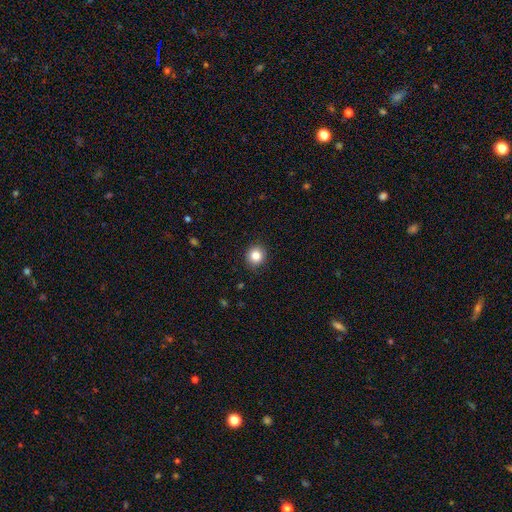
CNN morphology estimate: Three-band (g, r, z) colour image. It shows a smooth galaxy with no disk features (84%) that is round (89%). Merging: none (90%).